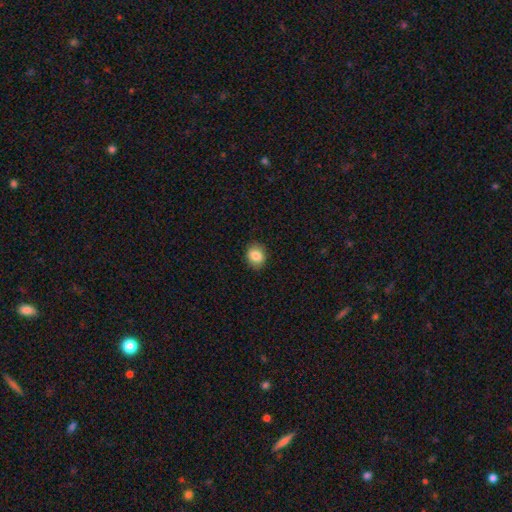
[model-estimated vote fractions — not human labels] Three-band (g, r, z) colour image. It shows a smooth galaxy with no disk features (85%) that is round (52%). Merging: none (89%).